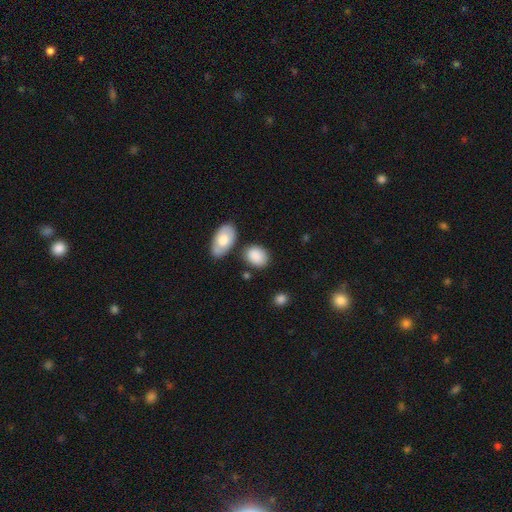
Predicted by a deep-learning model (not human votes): This is clearly a smooth galaxy (87%). How rounded: likely in between (74%). Merging: likely none (70%).